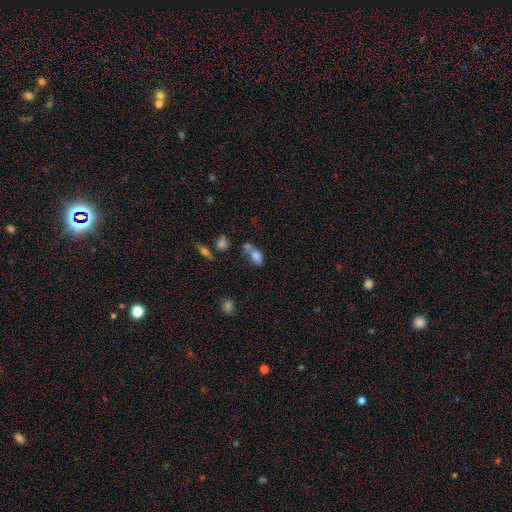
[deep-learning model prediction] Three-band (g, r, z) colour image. It shows a smooth galaxy with no disk features (73%) that is in between round and cigar-shaped (77%). Merging: merger (44%).